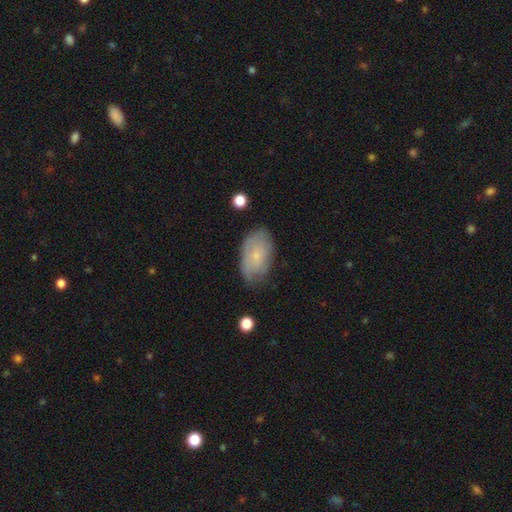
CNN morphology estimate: This is likely a smooth galaxy (60%). How rounded: clearly in between (91%). Merging: likely none (64%).